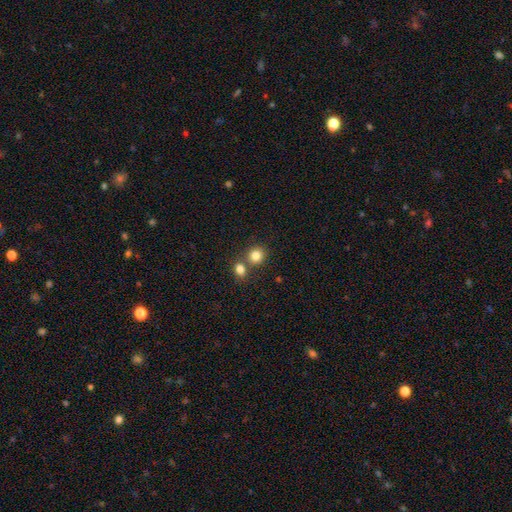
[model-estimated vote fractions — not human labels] Smooth or featured?
  - smooth: 82% *
  - star or artifact: 12%
  - featured or disk: 6%
How rounded?
  - round: 83% *
  - in between: 17%
  - cigar-shaped: 1%
Merging?
  - none: 61% *
  - merger: 28%
  - minor disturbance: 8%
  - major disturbance: 3%